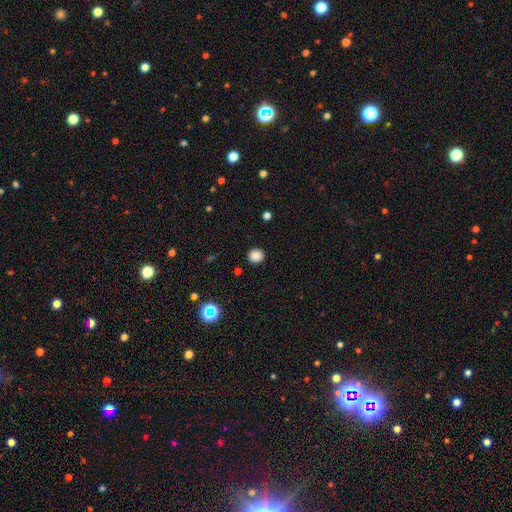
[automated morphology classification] Smooth or featured: smooth — 85% (star or artifact — 11%)
How rounded: round — 89% (in between — 10%)
Merging: none — 91% (minor disturbance — 6%)